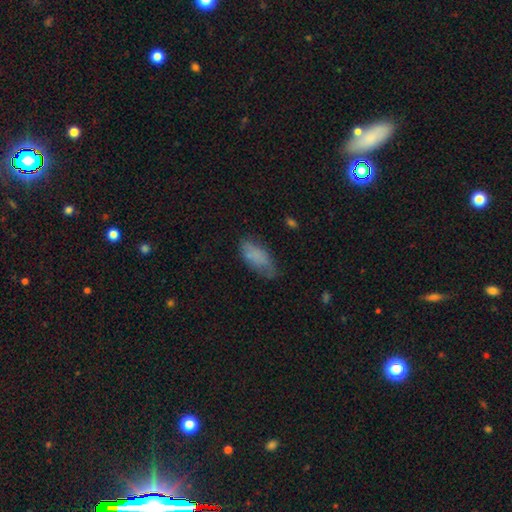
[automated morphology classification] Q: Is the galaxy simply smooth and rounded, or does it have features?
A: smooth — 78%.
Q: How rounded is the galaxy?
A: in between — 84%.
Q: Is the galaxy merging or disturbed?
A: none — 59%.